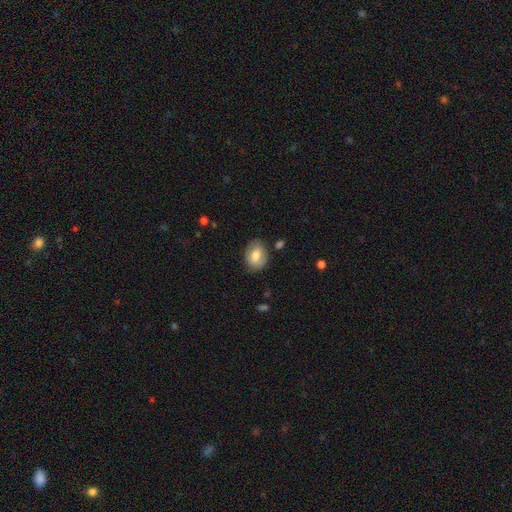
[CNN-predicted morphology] Q: Smooth or featured?
A: smooth (68%); runner-up: featured or disk (24%)
Q: How rounded?
A: in between (68%); runner-up: round (31%)
Q: Merging?
A: none (77%); runner-up: minor disturbance (16%)